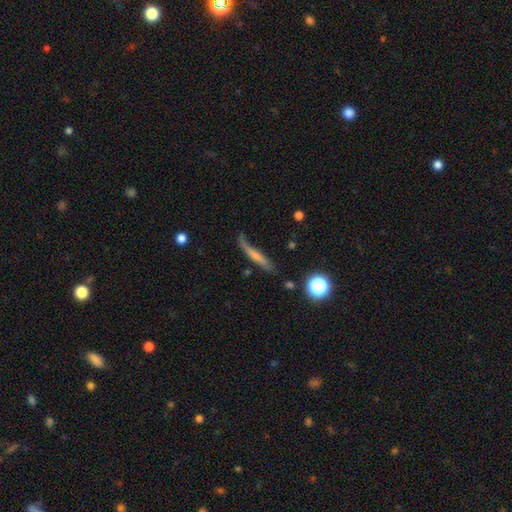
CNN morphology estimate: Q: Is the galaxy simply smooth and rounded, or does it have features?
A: smooth — 56%.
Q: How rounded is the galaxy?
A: cigar-shaped — 87%.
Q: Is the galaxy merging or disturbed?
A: none — 55%.